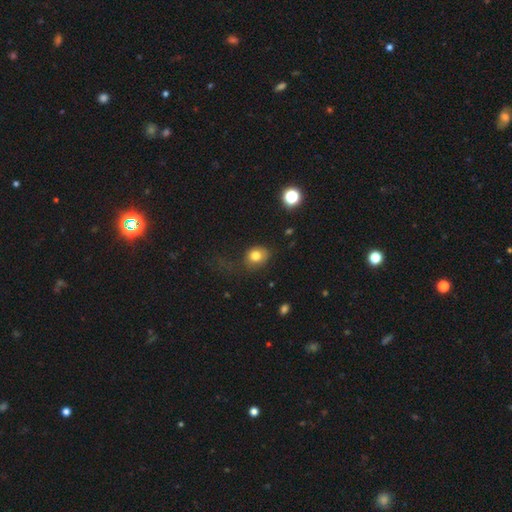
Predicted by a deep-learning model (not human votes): This is likely a smooth galaxy (78%). How rounded: possibly round (59%). Merging: possibly none (54%).